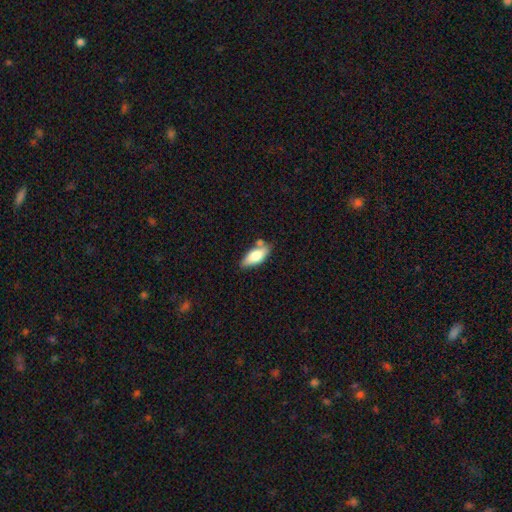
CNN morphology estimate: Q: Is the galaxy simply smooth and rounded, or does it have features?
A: smooth — 74%.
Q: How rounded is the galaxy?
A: in between — 80%.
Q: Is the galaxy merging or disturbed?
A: none — 68%.